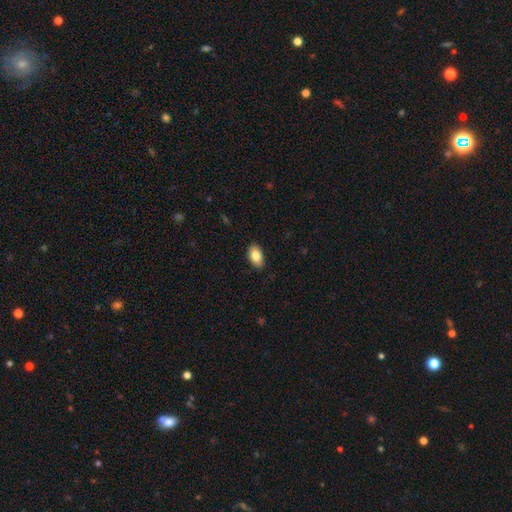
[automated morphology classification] Smooth or featured? smooth (83%)
How rounded? in between (92%)
Merging? none (89%)